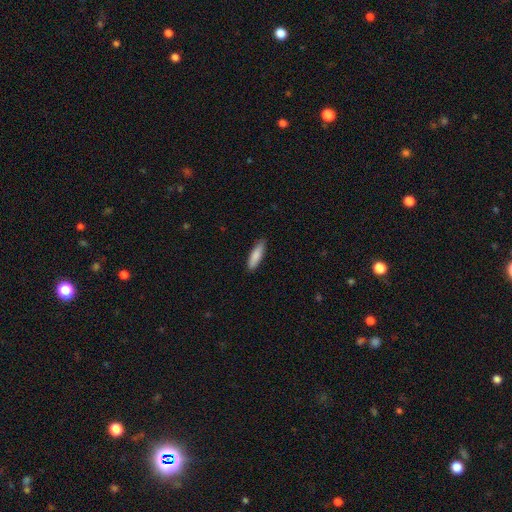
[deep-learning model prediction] Smooth or featured? smooth (85%)
How rounded? cigar-shaped (65%)
Merging? none (86%)